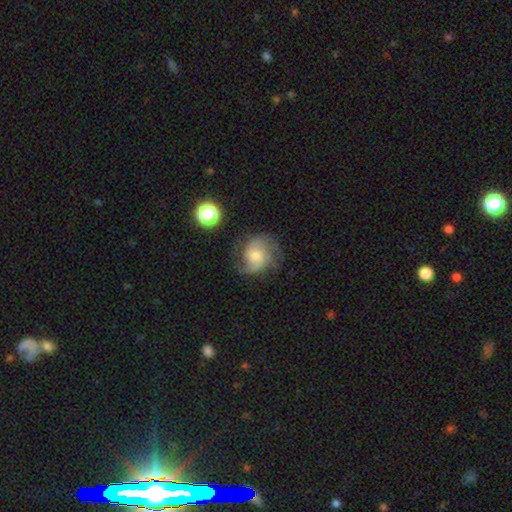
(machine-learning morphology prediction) Smooth or featured: featured or disk — 74% (smooth — 18%)
Edge-on disk: no — 98% (yes — 2%)
Bar: no — 65% (weak — 30%)
Spiral arms: yes — 94% (no — 6%)
Spiral winding: medium — 49% (tight — 29%)
Spiral arm count: 2 — 55% (3 — 17%)
Bulge size: moderate — 45% (small — 40%)
Merging: none — 65% (minor disturbance — 20%)